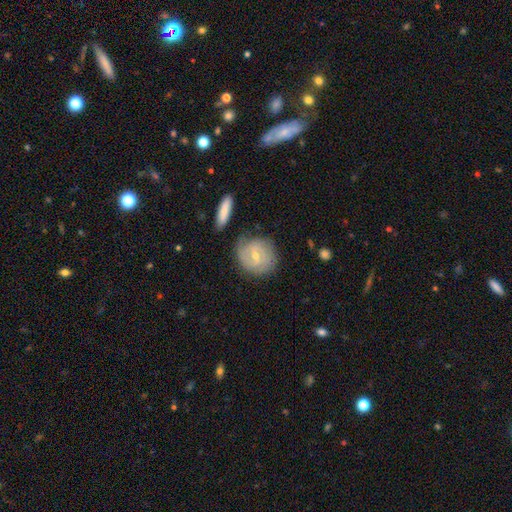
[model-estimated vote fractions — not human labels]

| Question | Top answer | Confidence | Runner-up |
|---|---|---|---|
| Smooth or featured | featured or disk | 60% | smooth (33%) |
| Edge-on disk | no | 95% | yes (5%) |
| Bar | weak | 55% | no (29%) |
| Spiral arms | yes | 75% | no (25%) |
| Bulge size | small | 55% | moderate (41%) |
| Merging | none | 73% | minor disturbance (17%) |